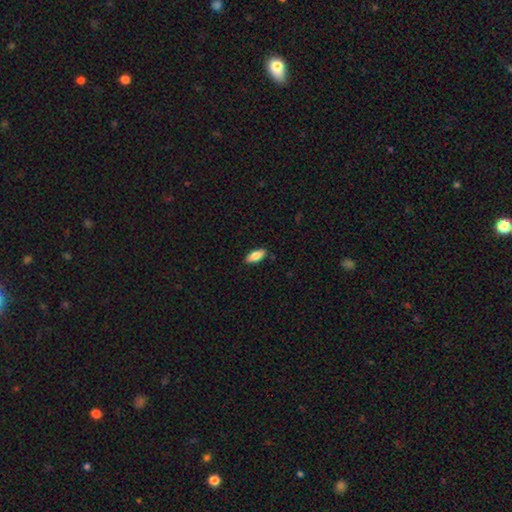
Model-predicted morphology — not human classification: Smooth or featured: smooth — 79% (featured or disk — 14%)
How rounded: in between — 82% (cigar-shaped — 16%)
Merging: none — 87% (minor disturbance — 10%)